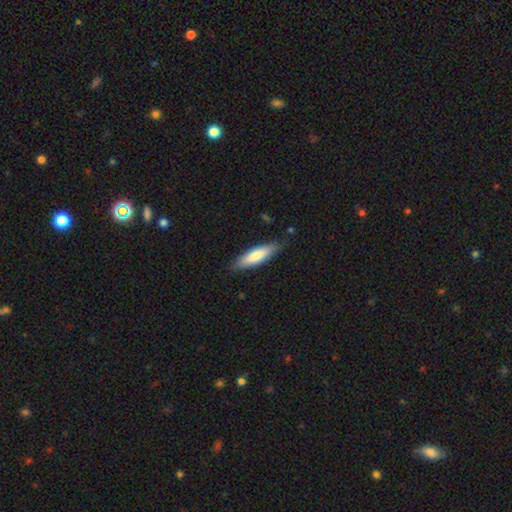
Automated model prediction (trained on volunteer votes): Smooth or featured? Predicted: smooth (p=0.77). How rounded? Predicted: cigar-shaped (p=0.60). Merging? Predicted: none (p=0.84).